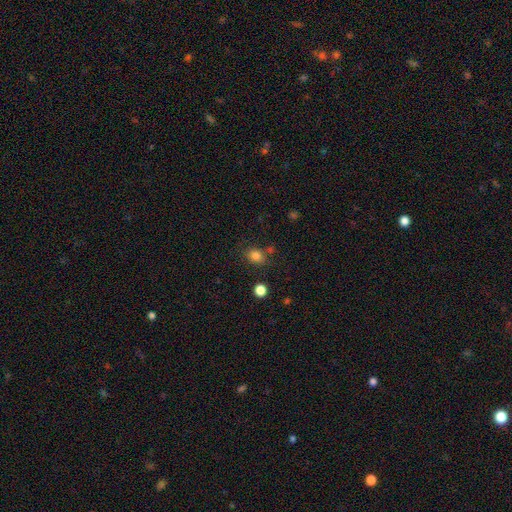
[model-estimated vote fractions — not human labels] smooth_or_featured: smooth (p=0.82) [alt: star or artifact p=0.12]
how_rounded: round (p=0.53) [alt: in between p=0.46]
merging: none (p=0.75) [alt: minor disturbance p=0.13]